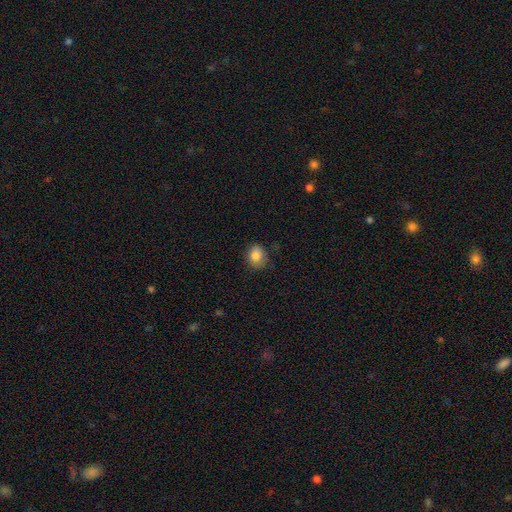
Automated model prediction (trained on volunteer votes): This is clearly a smooth galaxy (84%). How rounded: possibly round (54%). Merging: likely none (77%).